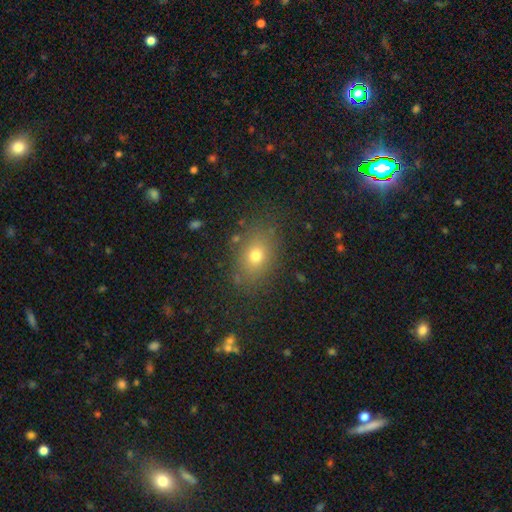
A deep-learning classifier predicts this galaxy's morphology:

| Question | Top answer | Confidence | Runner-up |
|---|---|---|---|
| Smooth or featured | smooth | 72% | star or artifact (15%) |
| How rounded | in between | 67% | round (32%) |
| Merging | none | 81% | minor disturbance (12%) |